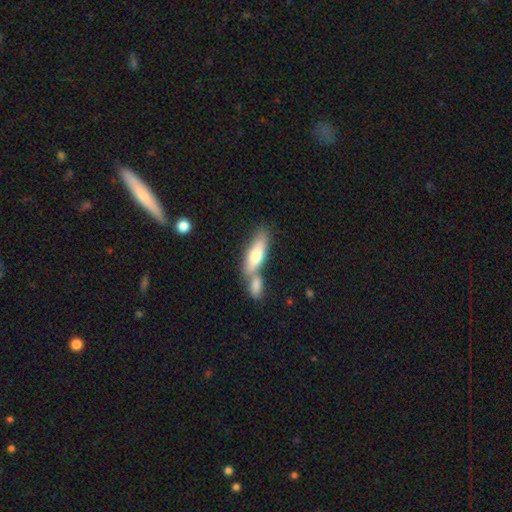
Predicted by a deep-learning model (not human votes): Overall: smooth (67%; featured or disk 28%). How rounded: in between (57%; cigar-shaped 41%). Merging: merger (47%; none 40%).